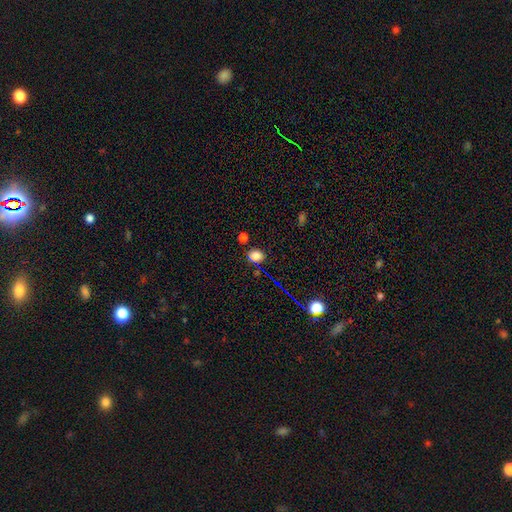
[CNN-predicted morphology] Smooth or featured? Predicted: smooth (p=0.78). How rounded? Predicted: round (p=0.52). Merging? Predicted: none (p=0.78).